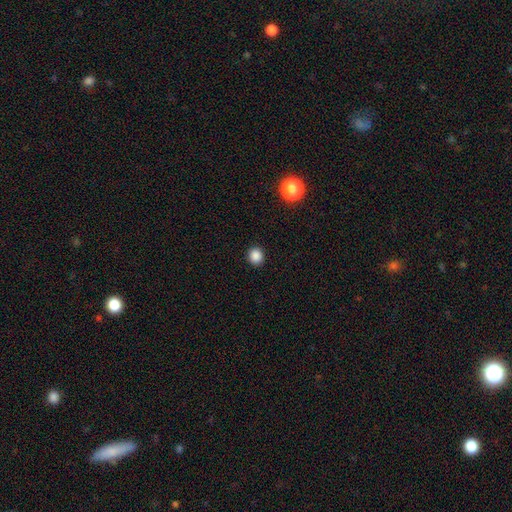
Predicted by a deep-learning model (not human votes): This is clearly a smooth galaxy (86%). How rounded: clearly round (87%). Merging: clearly none (92%).